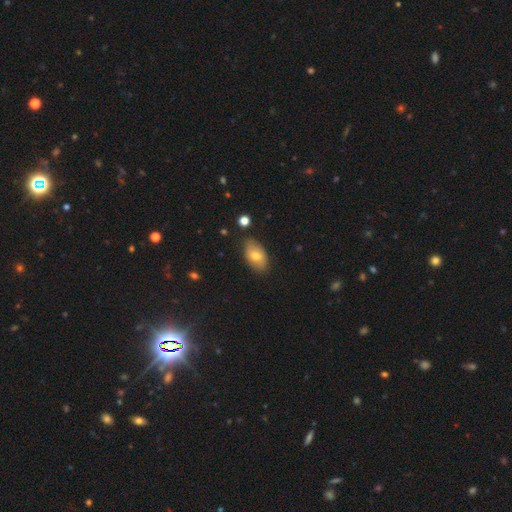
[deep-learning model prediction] Morphology: type=smooth (73%); roundness=in between (91%); merging=none (79%).